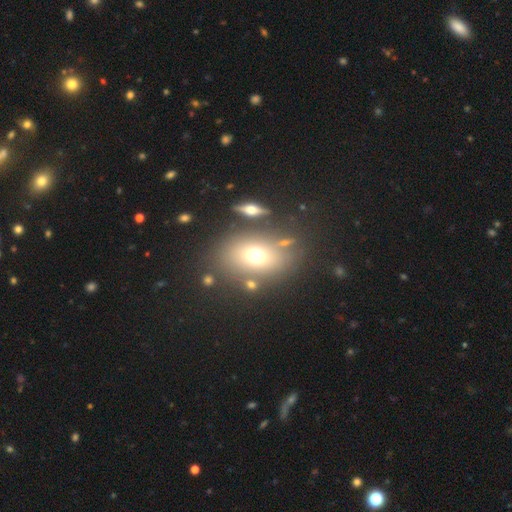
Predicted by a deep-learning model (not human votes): This is likely a smooth galaxy (65%). How rounded: likely in between (64%). Merging: likely none (73%).